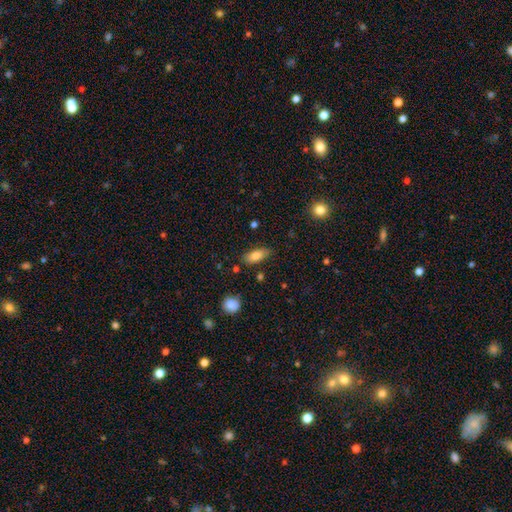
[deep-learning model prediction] Smooth or featured: smooth — 82% (featured or disk — 11%)
How rounded: in between — 82% (cigar-shaped — 16%)
Merging: none — 78% (minor disturbance — 16%)